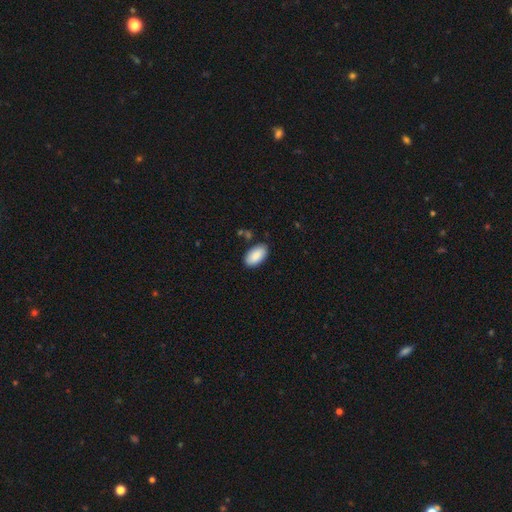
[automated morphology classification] Smooth or featured: smooth — 89% (star or artifact — 6%)
How rounded: in between — 95% (round — 3%)
Merging: none — 84% (minor disturbance — 11%)